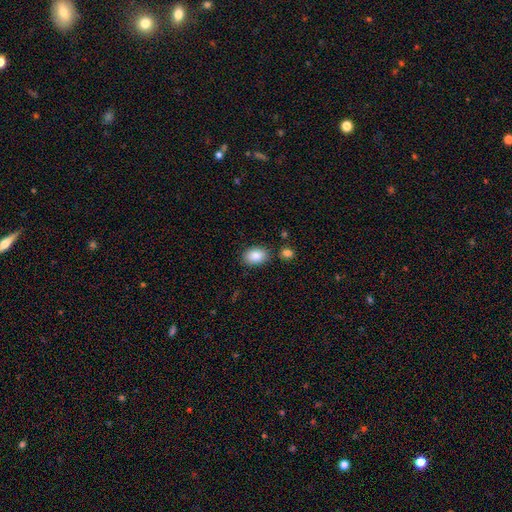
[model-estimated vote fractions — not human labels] Overall: smooth (88%). How rounded: in between (81%). Merging: none (81%).